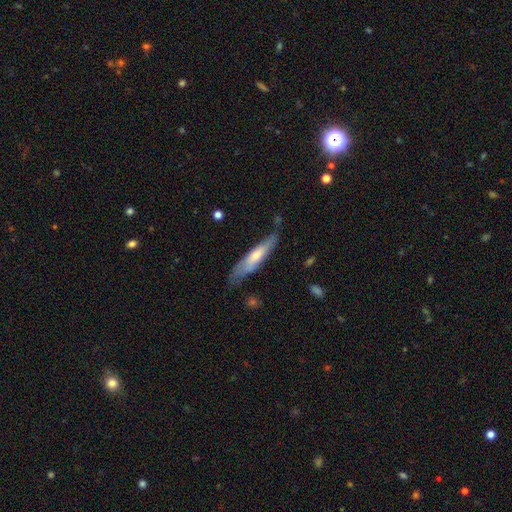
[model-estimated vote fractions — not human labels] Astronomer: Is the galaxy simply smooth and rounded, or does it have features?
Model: smooth — 49% (runner-up: featured or disk, 45%).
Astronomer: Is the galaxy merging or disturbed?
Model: none — 67%.